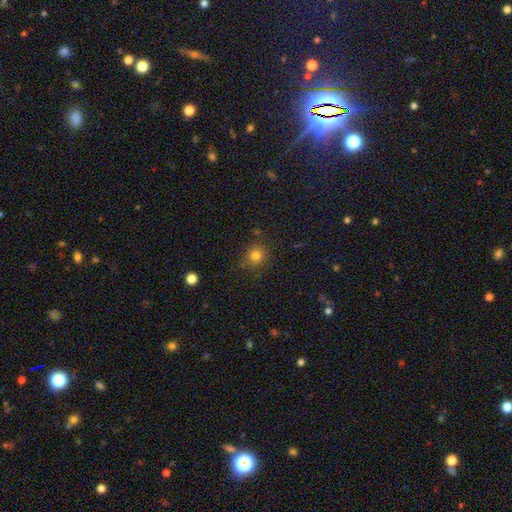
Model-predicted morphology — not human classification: This appears to be a smooth galaxy with no disk features (79%) that is round (85%). Merging: none (84%).